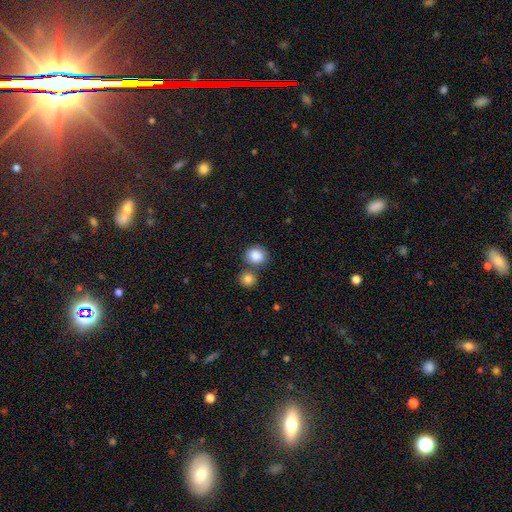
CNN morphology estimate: Smooth or featured?
  - smooth: 86% *
  - star or artifact: 8%
  - featured or disk: 5%
How rounded?
  - round: 75% *
  - in between: 24%
  - cigar-shaped: 1%
Merging?
  - none: 64% *
  - merger: 23%
  - minor disturbance: 10%
  - major disturbance: 3%